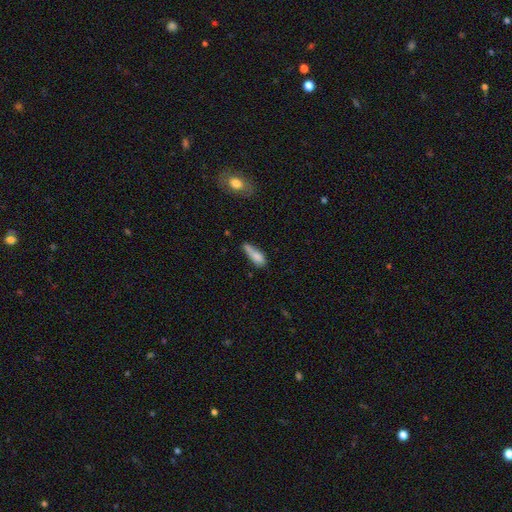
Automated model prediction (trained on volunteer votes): The model was most divided on "merging" (2-way tie): none: 36%, minor disturbance: 36%, major disturbance: 16%, merger: 11%. More confident: smooth or featured — smooth (76%); how rounded — in between (54%).